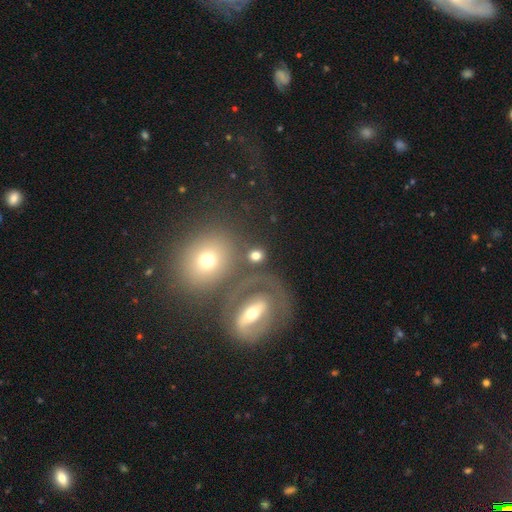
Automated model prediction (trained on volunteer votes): Smooth or featured? Predicted: smooth (p=0.68). How rounded? Predicted: round (p=0.66). Merging? Predicted: none (p=0.64).